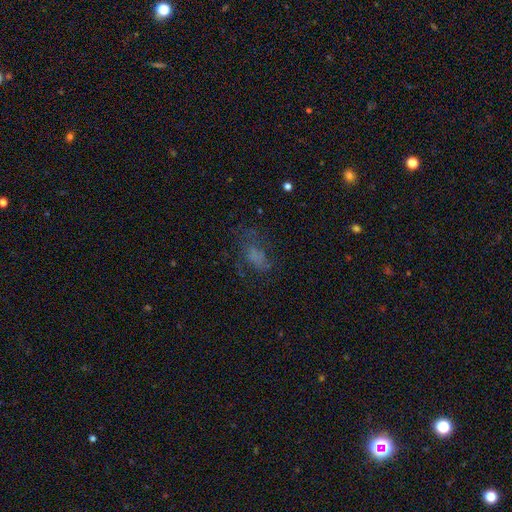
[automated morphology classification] type=smooth (44%); merging=none (47%).